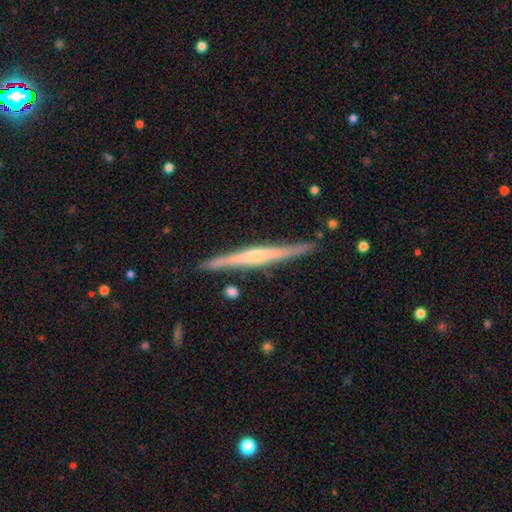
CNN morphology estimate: The model was most divided on "edge-on bulge": rounded: 65%, none: 22%, boxy: 13%. More confident: edge-on disk — yes (98%); merging — none (88%); smooth or featured — featured or disk (76%).